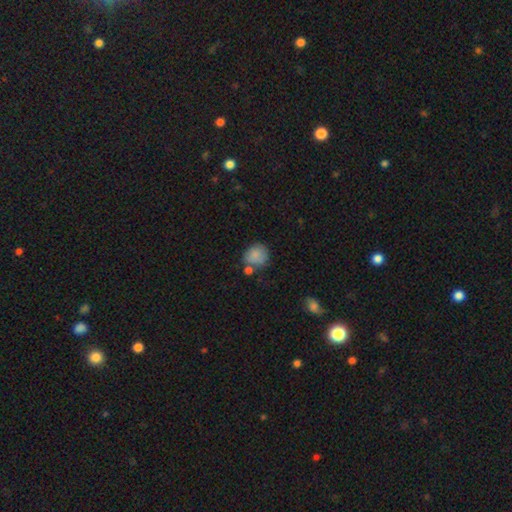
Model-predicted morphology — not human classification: This appears to be a smooth galaxy with no disk features (84%) that is round (75%). Merging: none (59%).